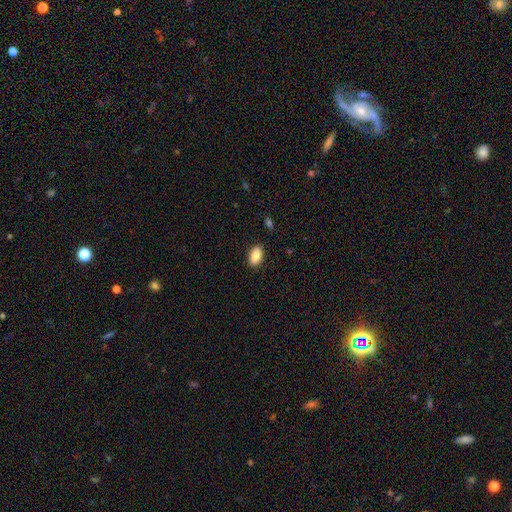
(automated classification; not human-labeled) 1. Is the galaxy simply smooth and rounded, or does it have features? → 88% smooth, 7% star or artifact, 5% featured or disk.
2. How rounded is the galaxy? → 94% in between, 4% round, 2% cigar-shaped.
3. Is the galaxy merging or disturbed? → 89% none, 8% minor disturbance, 2% major disturbance, 1% merger.